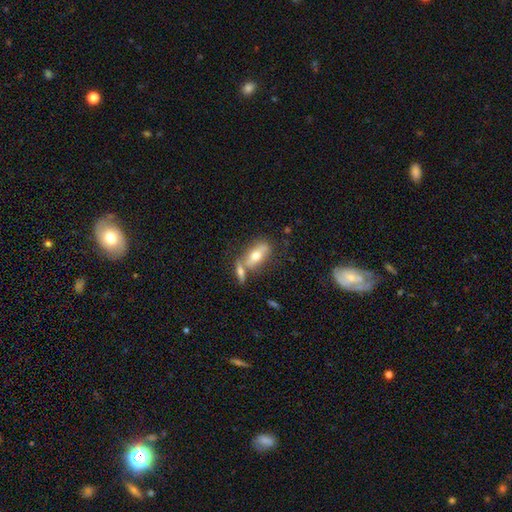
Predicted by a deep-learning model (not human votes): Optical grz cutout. It shows a smooth galaxy with no disk features (59%) that is in between round and cigar-shaped (76%). Merging: none (50%).